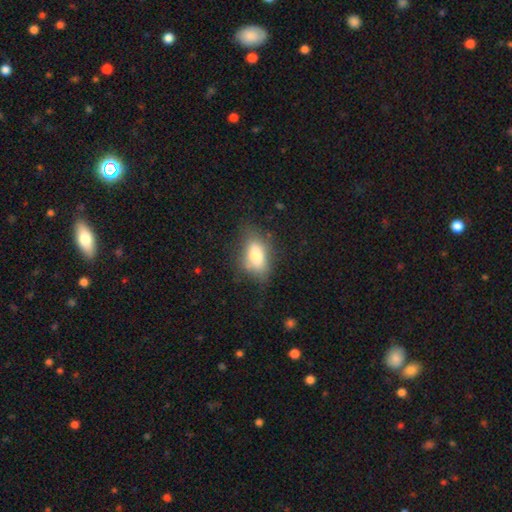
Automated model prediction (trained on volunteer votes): Smooth or featured?
  - smooth: 74% *
  - featured or disk: 18%
  - star or artifact: 8%
How rounded?
  - in between: 86% *
  - cigar-shaped: 8%
  - round: 7%
Merging?
  - none: 60% *
  - minor disturbance: 26%
  - major disturbance: 11%
  - merger: 3%